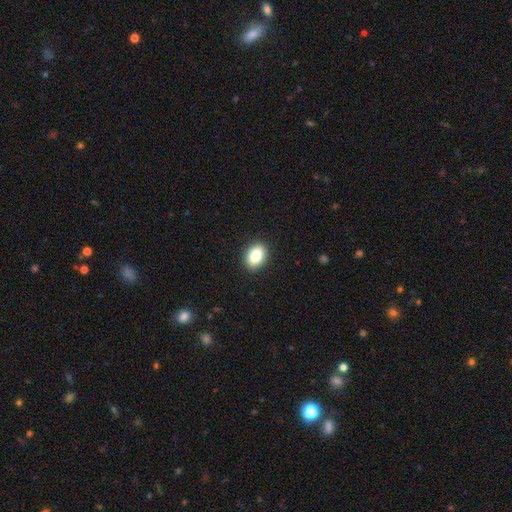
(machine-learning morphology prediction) A smooth galaxy with no disk features (83%) that is in between round and cigar-shaped (76%). Merging: none (90%).